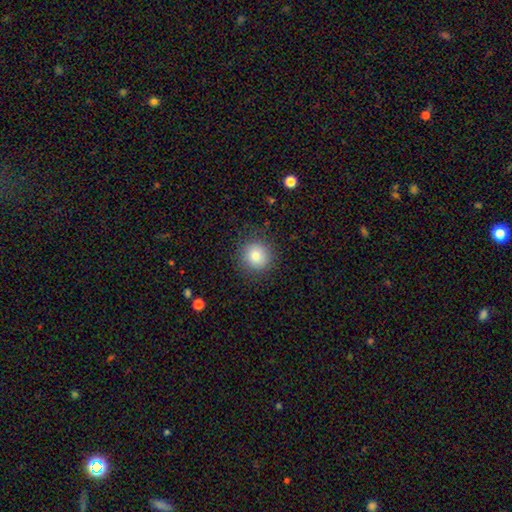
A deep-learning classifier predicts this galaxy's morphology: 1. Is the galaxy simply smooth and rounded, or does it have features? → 84% smooth, 10% star or artifact, 6% featured or disk.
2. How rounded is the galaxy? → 92% round, 7% in between, 1% cigar-shaped.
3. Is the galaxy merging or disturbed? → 88% none, 8% minor disturbance, 3% major disturbance, 1% merger.